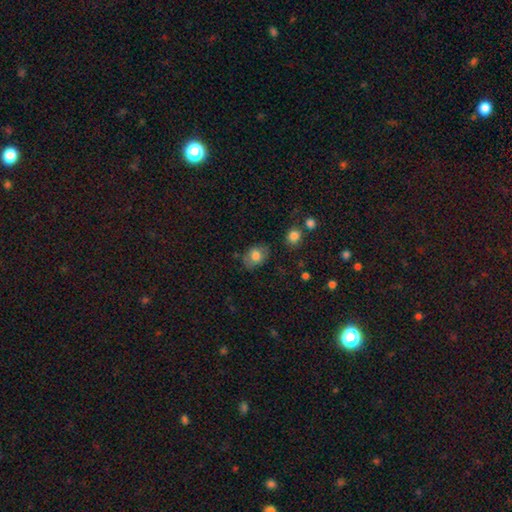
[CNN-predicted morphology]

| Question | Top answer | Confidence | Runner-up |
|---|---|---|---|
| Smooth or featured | smooth | 77% | featured or disk (14%) |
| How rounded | in between | 71% | round (28%) |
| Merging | none | 73% | minor disturbance (19%) |